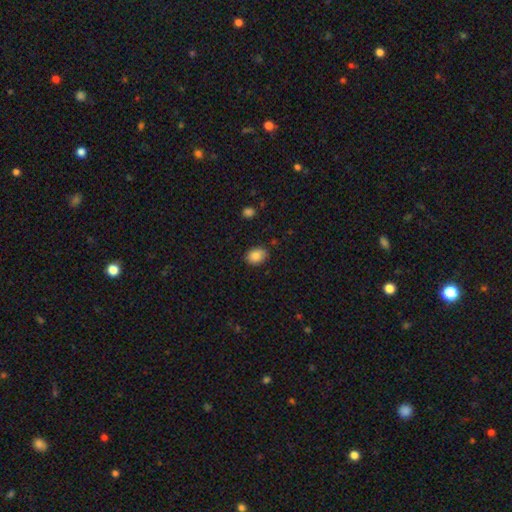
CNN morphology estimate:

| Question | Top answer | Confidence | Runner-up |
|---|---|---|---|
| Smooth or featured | smooth | 85% | star or artifact (8%) |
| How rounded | in between | 66% | round (33%) |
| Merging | none | 82% | minor disturbance (14%) |